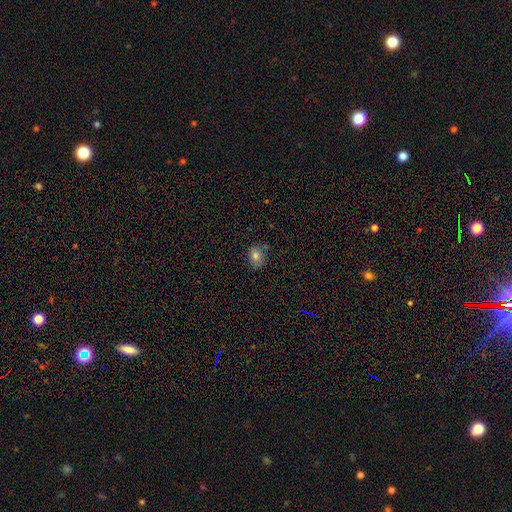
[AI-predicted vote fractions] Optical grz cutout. It shows a smooth galaxy with no disk features (79%) that is in between round and cigar-shaped (51%). Merging: none (76%).